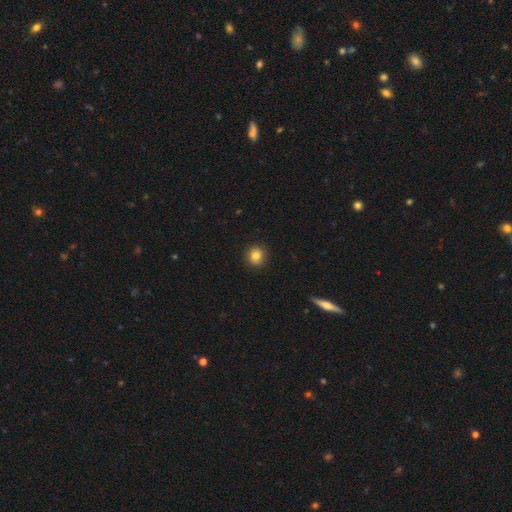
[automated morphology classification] A smooth galaxy with no disk features (82%) that is round (88%). Merging: none (89%).